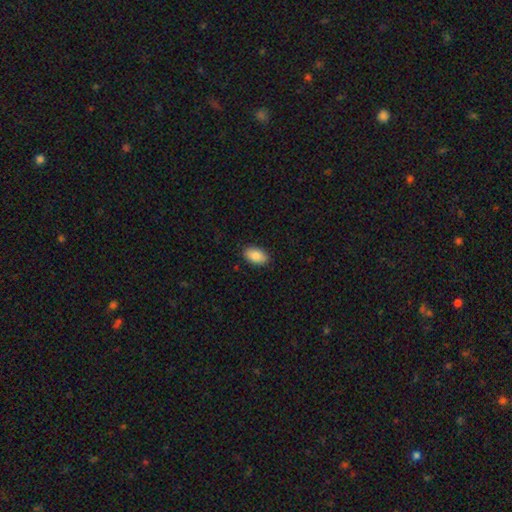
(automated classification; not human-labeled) A smooth galaxy with no disk features (87%) that is in between round and cigar-shaped (93%).

Vote fractions:
- Smooth or featured? smooth: 87% / star or artifact: 7% / featured or disk: 6%
- How rounded? in between: 93% / round: 5% / cigar-shaped: 2%
- Merging? none: 89% / minor disturbance: 9% / major disturbance: 2% / merger: 1%